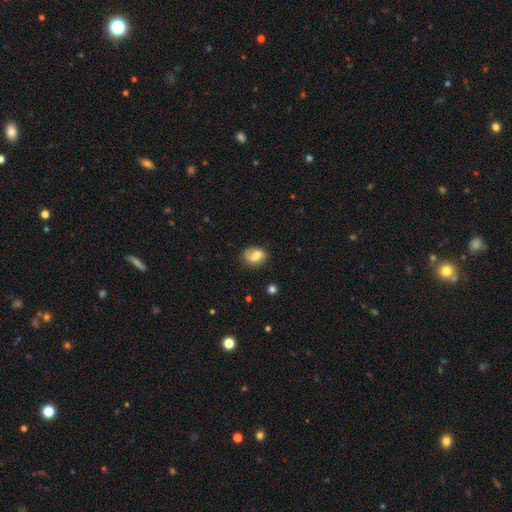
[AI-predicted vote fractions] Q: Smooth or featured?
A: smooth (63%); runner-up: featured or disk (28%)
Q: How rounded?
A: in between (58%); runner-up: round (40%)
Q: Merging?
A: none (69%); runner-up: minor disturbance (22%)